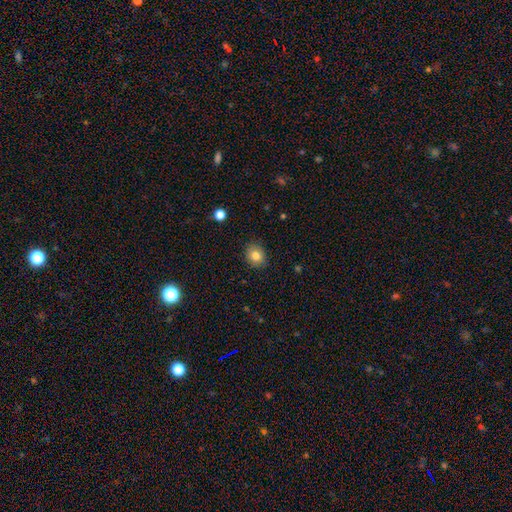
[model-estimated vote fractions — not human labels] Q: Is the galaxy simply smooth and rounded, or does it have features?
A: smooth — 82%.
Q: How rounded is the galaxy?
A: round — 69%.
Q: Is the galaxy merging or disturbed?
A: none — 87%.